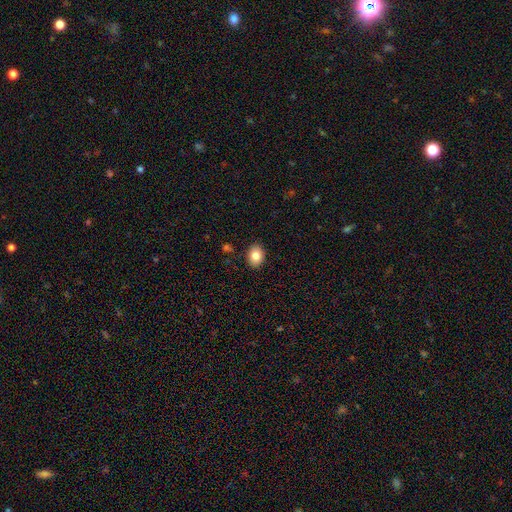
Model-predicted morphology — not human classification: Smooth or featured? Predicted: smooth (p=0.83). How rounded? Predicted: in between (p=0.64). Merging? Predicted: none (p=0.89).